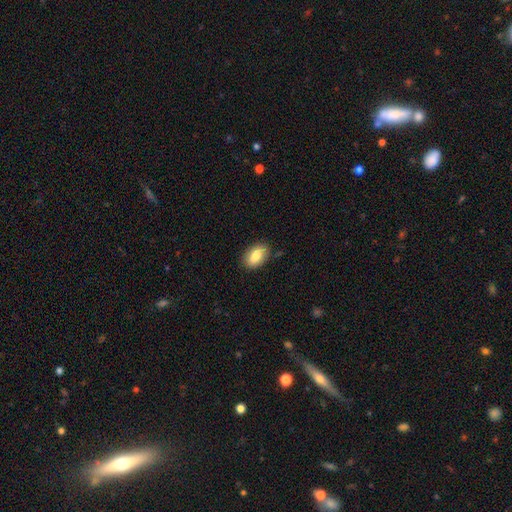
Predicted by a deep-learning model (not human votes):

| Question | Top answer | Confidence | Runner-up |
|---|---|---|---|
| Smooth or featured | smooth | 83% | featured or disk (11%) |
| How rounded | in between | 92% | round (6%) |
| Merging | none | 85% | minor disturbance (12%) |